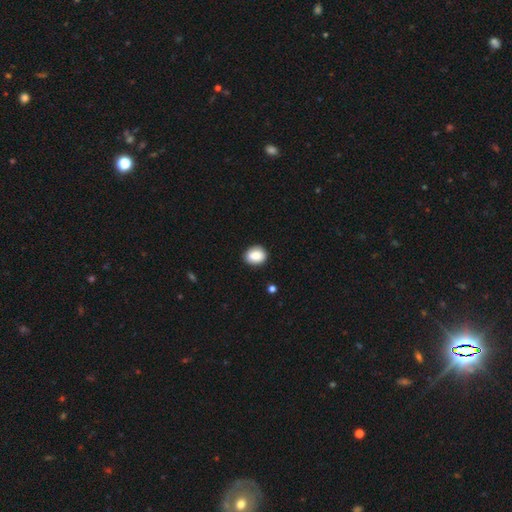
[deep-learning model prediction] Overall: smooth (88%). How rounded: round (51%; in between 48%). Merging: none (88%).